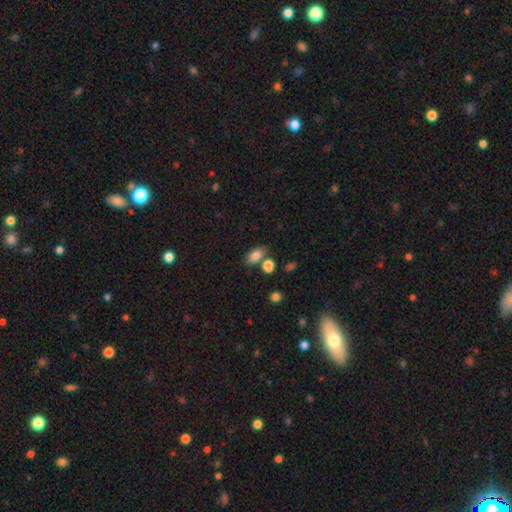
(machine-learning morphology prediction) smooth 82%, star or artifact 10%, featured or disk 8%. Down the decision tree: how rounded — in between (87%); merging — none (66%).